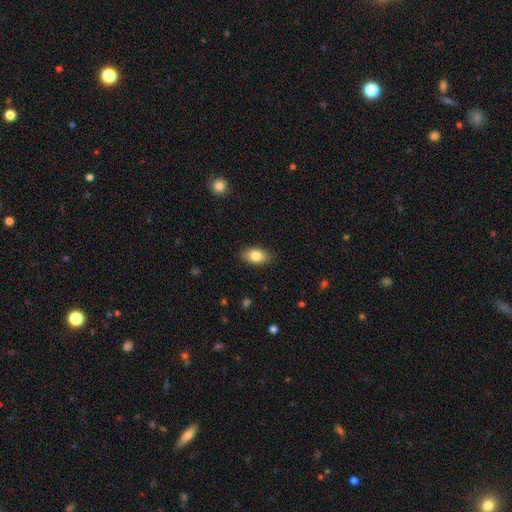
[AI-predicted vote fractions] Q: Smooth or featured?
A: smooth (83%); runner-up: featured or disk (10%)
Q: How rounded?
A: in between (91%); runner-up: round (7%)
Q: Merging?
A: none (87%); runner-up: minor disturbance (10%)